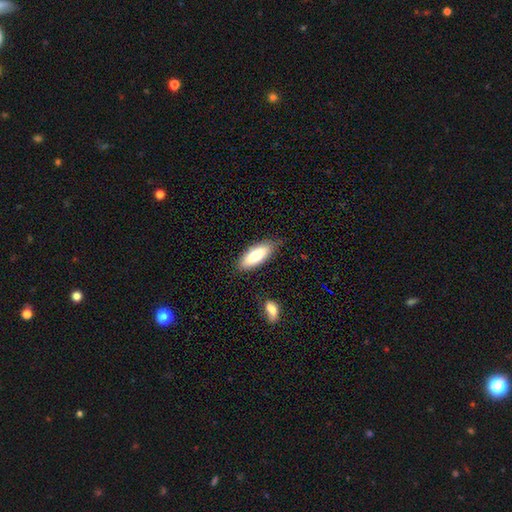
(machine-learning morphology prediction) smooth_or_featured: smooth (p=0.78) [alt: featured or disk p=0.15]
how_rounded: in between (p=0.72) [alt: cigar-shaped p=0.26]
merging: none (p=0.81) [alt: minor disturbance p=0.13]